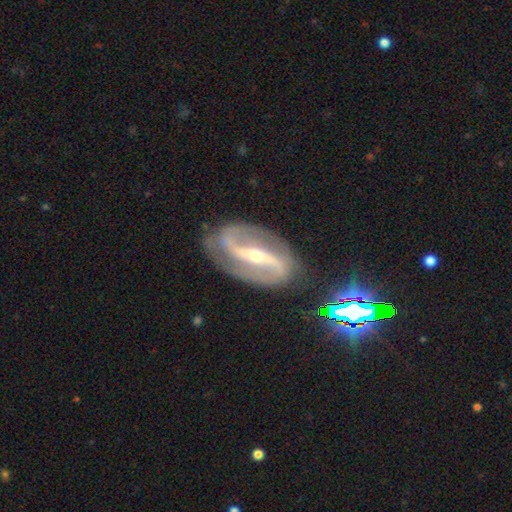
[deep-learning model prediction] featured or disk 90%, star or artifact 6%, smooth 4%. Down the decision tree: edge-on disk — no (95%); bar — strong (65%); spiral arms — yes (97%); spiral arm count — 2 (93%); spiral winding — medium (44%); bulge size — small (57%); merging — none (81%).